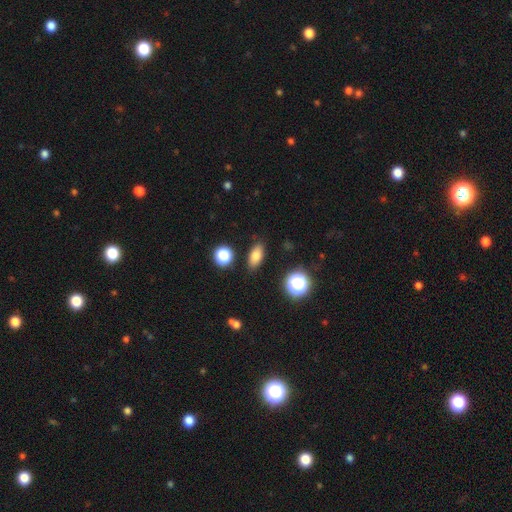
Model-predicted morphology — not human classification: This appears to be a smooth galaxy with no disk features (78%) that is in between round and cigar-shaped (81%). Merging: none (86%).